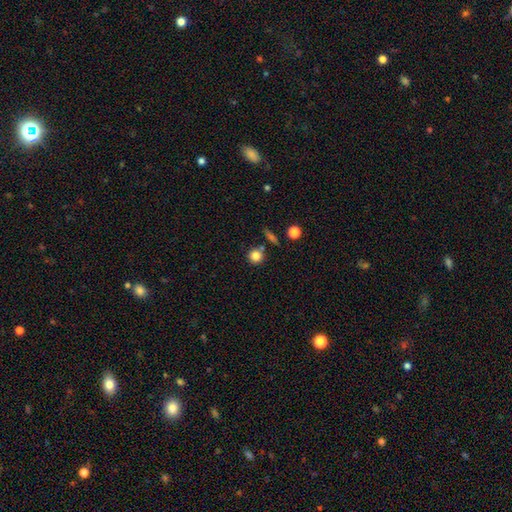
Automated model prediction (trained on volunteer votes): This appears to be a smooth galaxy with no disk features (82%) that is round (92%). Merging: none (78%).